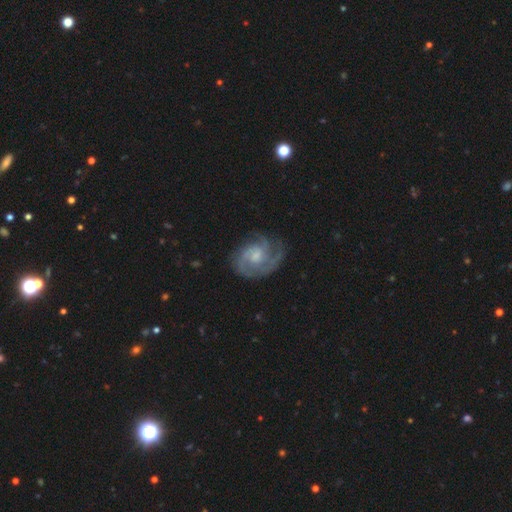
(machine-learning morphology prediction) Smooth or featured? featured or disk (85%)
Edge-on disk? no (98%)
Bar? no (51%)
Spiral arms? yes (97%)
Spiral winding? tight (48%)
Spiral arm count? 3 (37%)
Bulge size? moderate (41%)
Merging? none (68%)